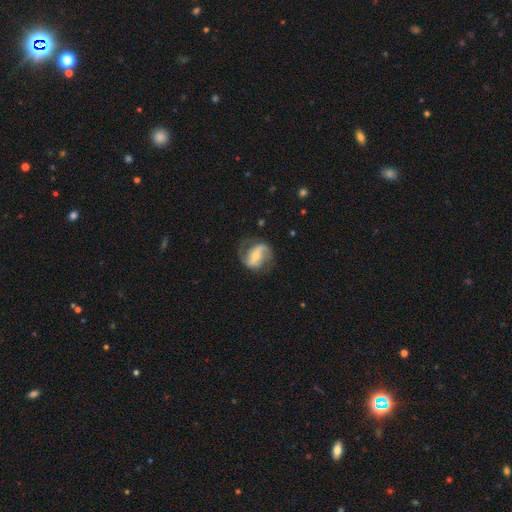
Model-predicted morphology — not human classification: featured or disk 79%, smooth 15%, star or artifact 6%. Down the decision tree: edge-on disk — no (96%); bar — strong (43%); spiral arms — yes (91%); spiral arm count — 2 (86%); spiral winding — medium (44%); bulge size — moderate (50%); merging — none (71%).